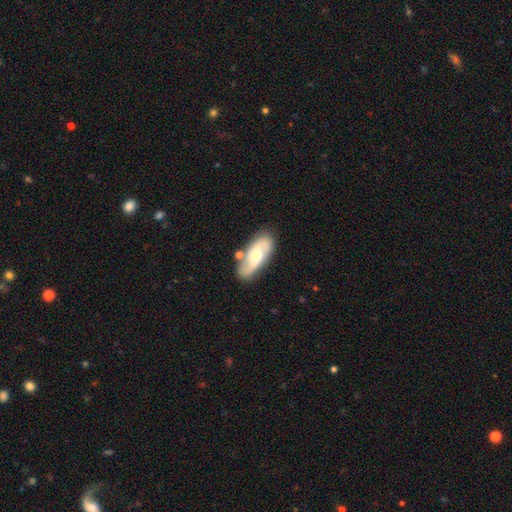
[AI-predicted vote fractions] Q: Smooth or featured?
A: featured or disk (58%); runner-up: smooth (36%)
Q: Edge-on disk?
A: no (90%); runner-up: yes (10%)
Q: Bar?
A: no (64%); runner-up: weak (29%)
Q: Spiral arms?
A: yes (83%); runner-up: no (17%)
Q: Bulge size?
A: moderate (58%); runner-up: small (35%)
Q: Merging?
A: none (71%); runner-up: minor disturbance (15%)